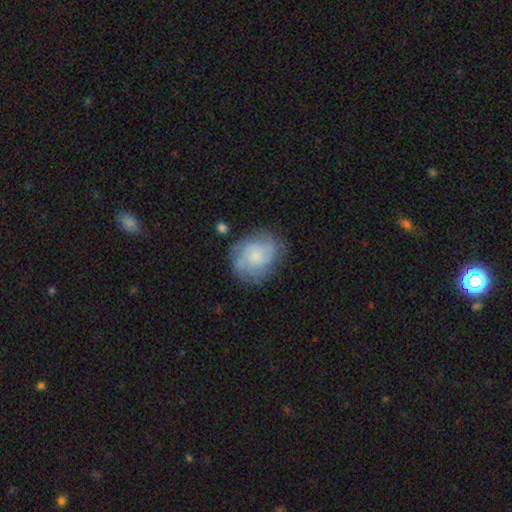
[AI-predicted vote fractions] Smooth or featured: featured or disk — 62% (smooth — 31%)
Edge-on disk: no — 98% (yes — 2%)
Bar: no — 75% (weak — 22%)
Spiral arms: yes — 88% (no — 12%)
Spiral winding: tight — 48% (medium — 38%)
Spiral arm count: can't tell — 37% (3 — 24%)
Bulge size: small — 53% (moderate — 24%)
Merging: none — 71% (minor disturbance — 19%)